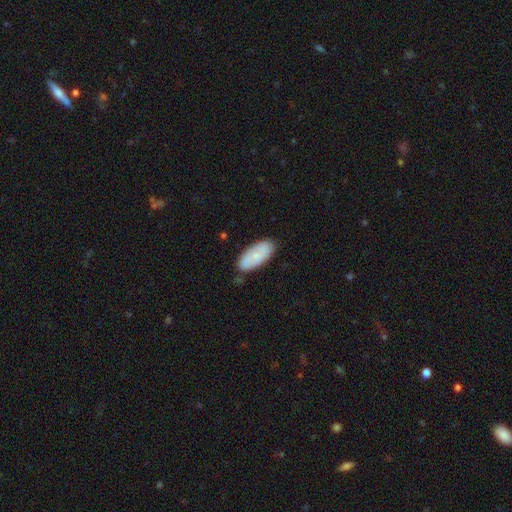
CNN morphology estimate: Q: Smooth or featured?
A: smooth (64%); runner-up: featured or disk (30%)
Q: How rounded?
A: in between (87%); runner-up: cigar-shaped (11%)
Q: Merging?
A: none (79%); runner-up: minor disturbance (16%)